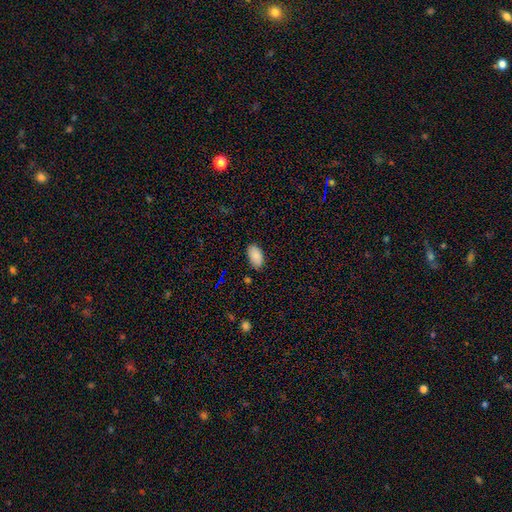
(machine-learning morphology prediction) Smooth or featured? Predicted: smooth (p=0.88). How rounded? Predicted: in between (p=0.95). Merging? Predicted: none (p=0.84).